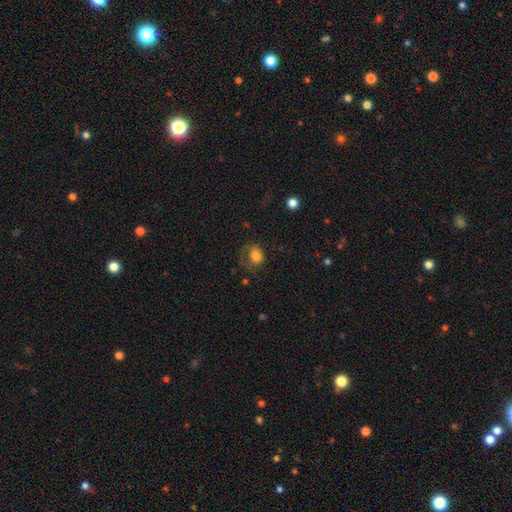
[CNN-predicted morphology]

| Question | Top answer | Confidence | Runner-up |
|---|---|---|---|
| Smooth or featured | smooth | 76% | featured or disk (14%) |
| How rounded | in between | 58% | round (41%) |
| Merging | none | 42% | major disturbance (31%) |